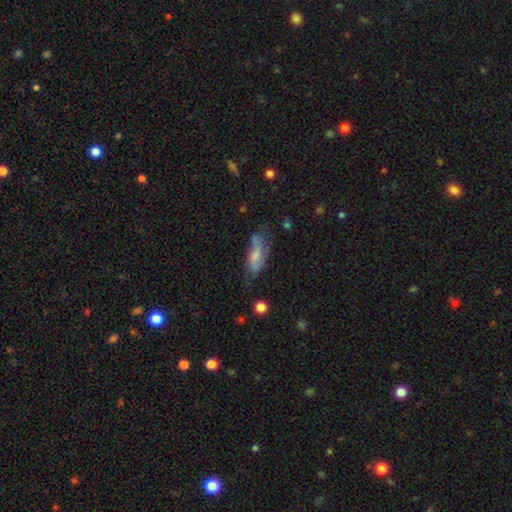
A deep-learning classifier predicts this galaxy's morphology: Smooth or featured? Predicted: smooth (p=0.49). Merging? Predicted: none (p=0.46).